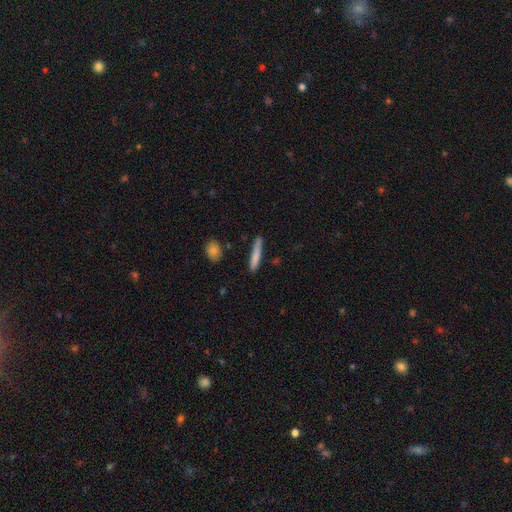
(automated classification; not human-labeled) Overall: smooth (79%). How rounded: cigar-shaped (93%). Merging: none (84%).